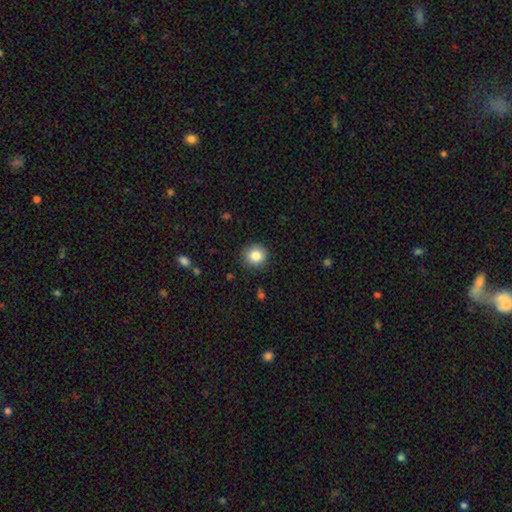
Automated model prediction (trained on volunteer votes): Morphology: type=smooth (85%); roundness=round (90%); merging=none (89%).